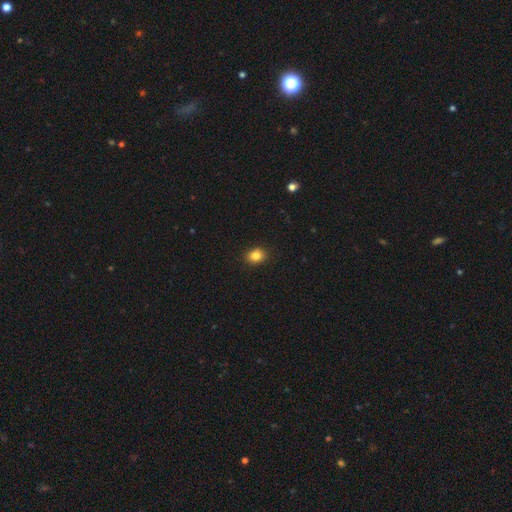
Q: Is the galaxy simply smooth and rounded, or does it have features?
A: smooth — 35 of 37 (95%).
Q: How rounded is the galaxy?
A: round — 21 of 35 (60%).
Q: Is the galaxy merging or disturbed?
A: none — 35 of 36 (97%).